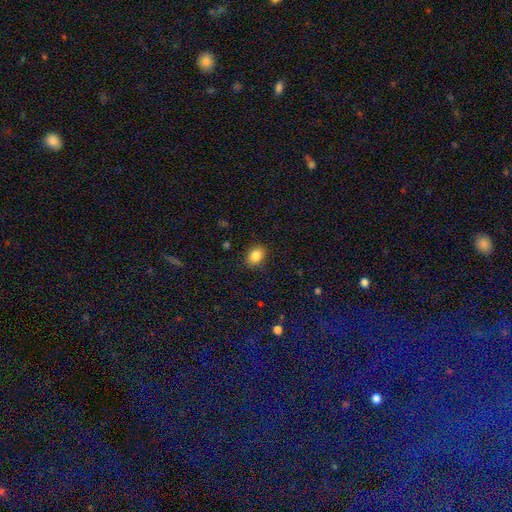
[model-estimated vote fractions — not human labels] Morphology: type=smooth (84%); roundness=in between (67%); merging=none (86%).